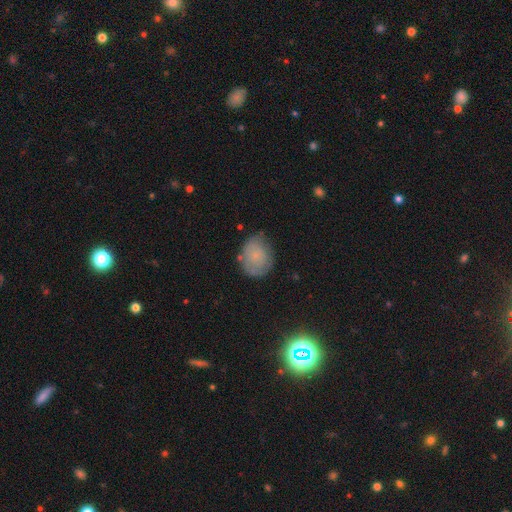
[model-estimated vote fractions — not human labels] smooth 63%, featured or disk 26%, star or artifact 12%. Down the decision tree: how rounded — round (50%); merging — none (66%).